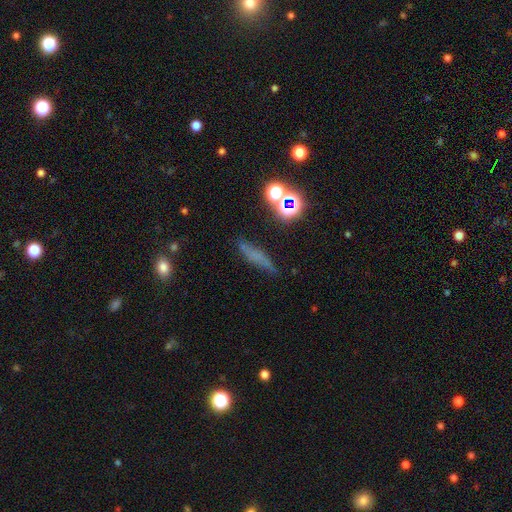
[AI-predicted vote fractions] Overall: smooth (50%; featured or disk 28%). How rounded: cigar-shaped (75%). Merging: none (69%).